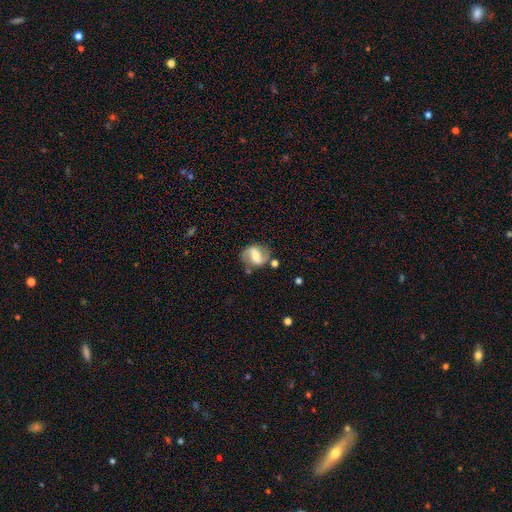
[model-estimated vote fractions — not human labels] Smooth or featured? featured or disk (72%)
Edge-on disk? no (97%)
Bar? strong (48%)
Spiral arms? yes (88%)
Spiral winding? medium (44%)
Spiral arm count? 2 (87%)
Bulge size? moderate (39%)
Merging? none (67%)